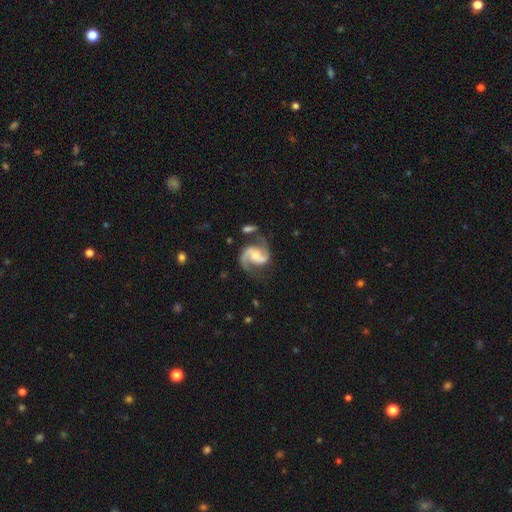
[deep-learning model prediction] A featured or disk galaxy (90%) with no bar (45%), 2 (93%) medium (56%) spiral arms (98%) and a moderate central bulge (47%).

Vote fractions:
- Smooth or featured? featured or disk: 90% / smooth: 5% / star or artifact: 5%
- Edge-on disk? no: 98% / yes: 2%
- Bar? no: 45% / weak: 40% / strong: 15%
- Spiral arms? yes: 98% / no: 2%
- Spiral winding? medium: 56% / loose: 30% / tight: 14%
- Spiral arm count? 2: 93% / 1: 2% / can't tell: 2% / 3: 1% / 4: 1% / more than 4: 1%
- Bulge size? moderate: 47% / small: 37% / none: 8% / large: 7% / dominant: 1%
- Merging? none: 68% / minor disturbance: 17% / major disturbance: 9% / merger: 6%